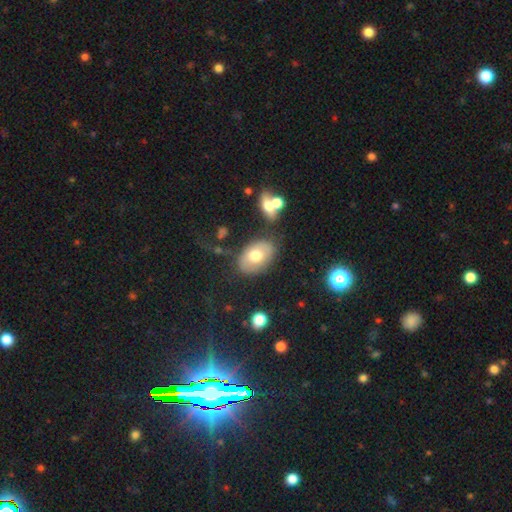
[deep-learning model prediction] Smooth or featured? Predicted: smooth (p=0.64). How rounded? Predicted: in between (p=0.83). Merging? Predicted: none (p=0.71).